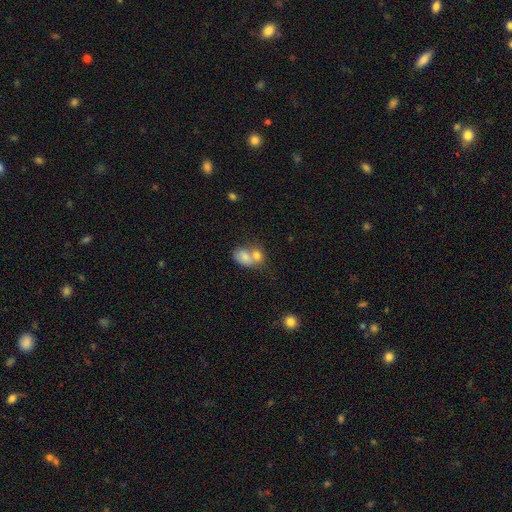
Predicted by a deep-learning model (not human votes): The model was most divided on "merging": merger: 66%, none: 22%, minor disturbance: 8%, major disturbance: 5%. More confident: smooth or featured — smooth (72%); how rounded — in between (71%).